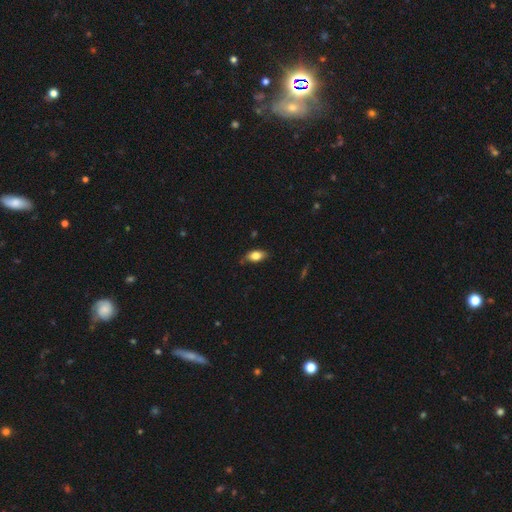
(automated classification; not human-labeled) Smooth or featured?
  - smooth: 79% *
  - featured or disk: 14%
  - star or artifact: 7%
How rounded?
  - in between: 87% *
  - cigar-shaped: 7%
  - round: 5%
Merging?
  - none: 74% *
  - minor disturbance: 21%
  - major disturbance: 4%
  - merger: 1%